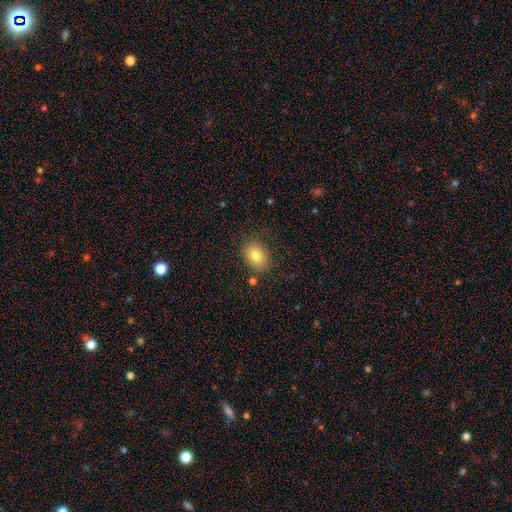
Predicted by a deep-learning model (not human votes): Smooth or featured: smooth — 82% (star or artifact — 9%)
How rounded: in between — 68% (round — 31%)
Merging: none — 83% (minor disturbance — 12%)